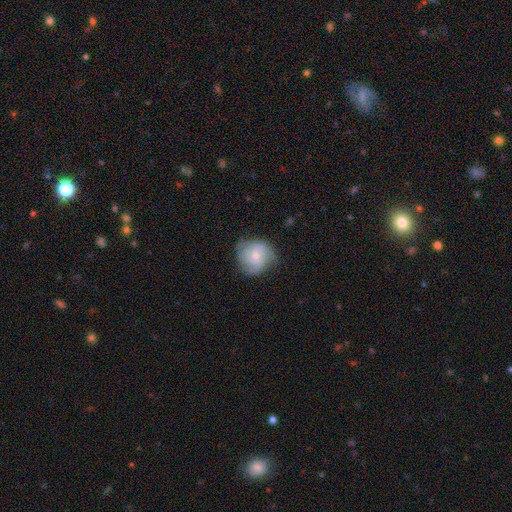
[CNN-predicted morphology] A smooth galaxy with no disk features (53%) that is round (84%). Merging: none (62%).